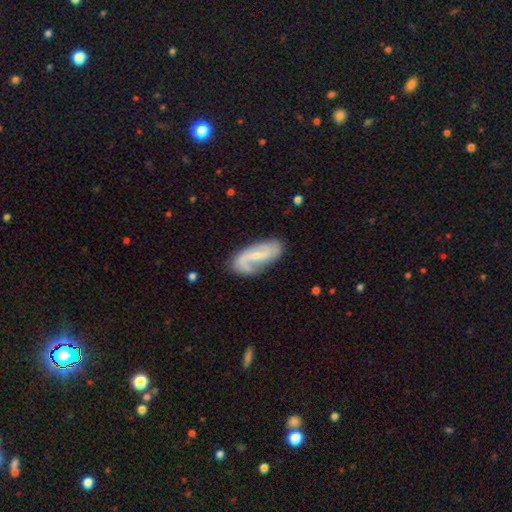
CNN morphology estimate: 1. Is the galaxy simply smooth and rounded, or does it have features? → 78% featured or disk, 16% smooth, 5% star or artifact.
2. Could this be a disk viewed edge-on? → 94% no, 6% yes.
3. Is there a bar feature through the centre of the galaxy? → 43% weak, 30% no, 27% strong.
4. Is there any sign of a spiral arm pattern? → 92% yes, 8% no.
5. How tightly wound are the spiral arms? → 48% loose, 35% medium, 16% tight.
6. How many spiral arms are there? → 80% 2, 11% 1, 7% can't tell, 1% 3, 1% 4, 1% more than 4.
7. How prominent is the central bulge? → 68% small, 22% moderate, 8% none, 1% large, 1% dominant.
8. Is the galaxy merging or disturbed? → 72% none, 19% minor disturbance, 7% major disturbance, 2% merger.